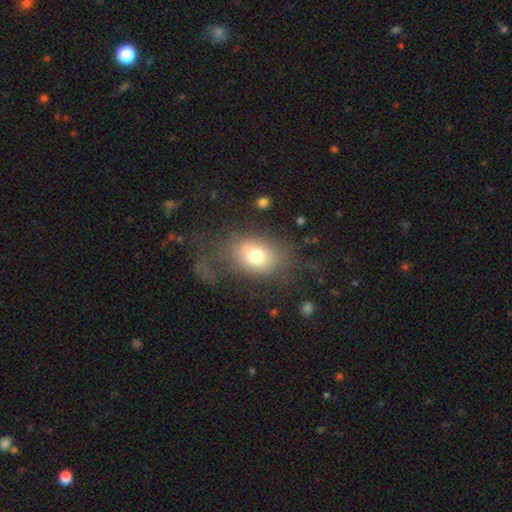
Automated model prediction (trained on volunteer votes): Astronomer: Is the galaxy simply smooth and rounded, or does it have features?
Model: smooth — 70%.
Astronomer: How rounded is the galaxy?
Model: in between — 66%.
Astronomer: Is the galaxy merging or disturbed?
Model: none — 48% (runner-up: major disturbance, 29%).